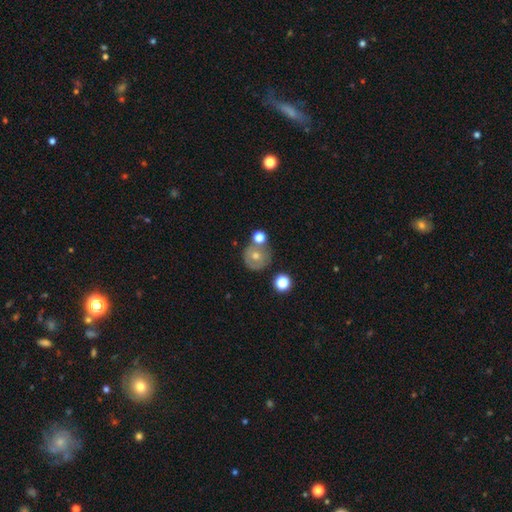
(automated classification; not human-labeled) Smooth or featured?
  - smooth: 61% *
  - featured or disk: 28%
  - star or artifact: 11%
How rounded?
  - round: 88% *
  - in between: 11%
  - cigar-shaped: 1%
Merging?
  - none: 60% *
  - merger: 20%
  - minor disturbance: 14%
  - major disturbance: 5%